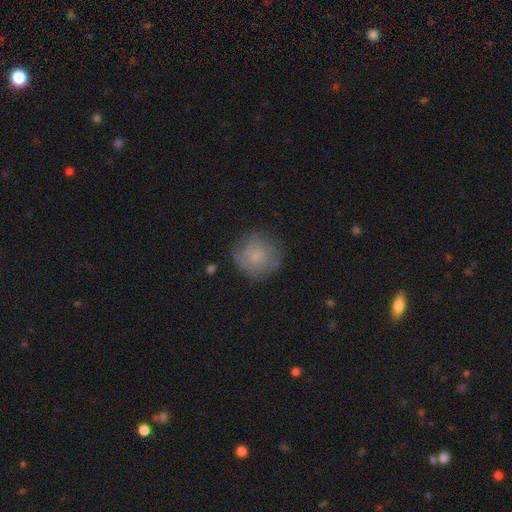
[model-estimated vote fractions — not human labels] smooth_or_featured: featured or disk (p=0.49) [alt: smooth p=0.42]
merging: none (p=0.74) [alt: minor disturbance p=0.18]